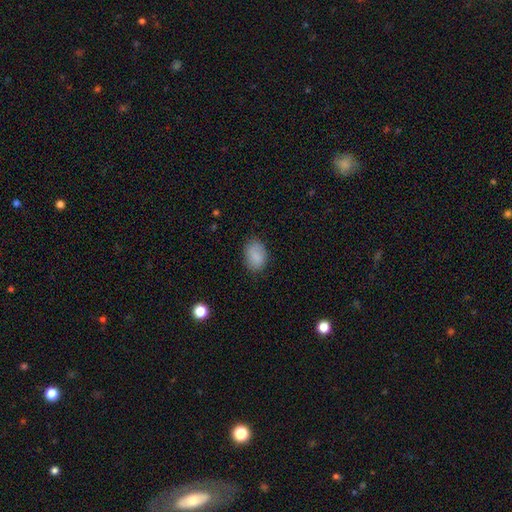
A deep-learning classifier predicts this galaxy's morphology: A smooth galaxy with no disk features (86%) that is in between round and cigar-shaped (81%).

Vote fractions:
- Smooth or featured? smooth: 86% / star or artifact: 8% / featured or disk: 6%
- How rounded? in between: 81% / round: 18% / cigar-shaped: 1%
- Merging? none: 80% / minor disturbance: 15% / major disturbance: 3% / merger: 1%